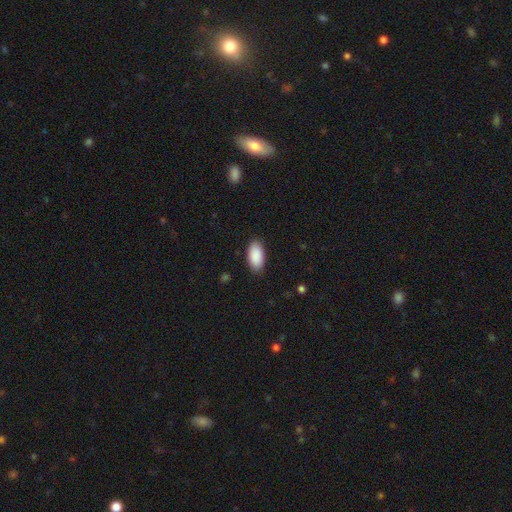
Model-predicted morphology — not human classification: Overall: smooth (91%). How rounded: in between (95%). Merging: none (87%).